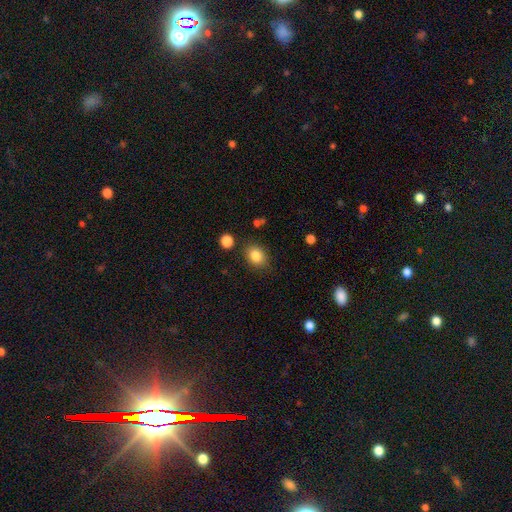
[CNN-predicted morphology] type=smooth (85%); roundness=in between (58%); merging=none (83%).